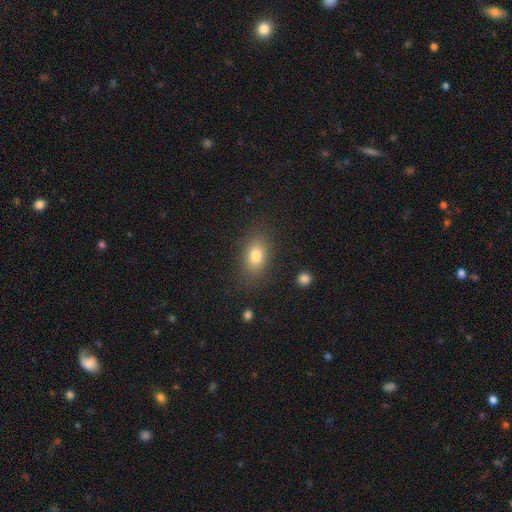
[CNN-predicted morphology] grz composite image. It shows a smooth galaxy with no disk features (79%) that is in between round and cigar-shaped (82%). Merging: none (83%).